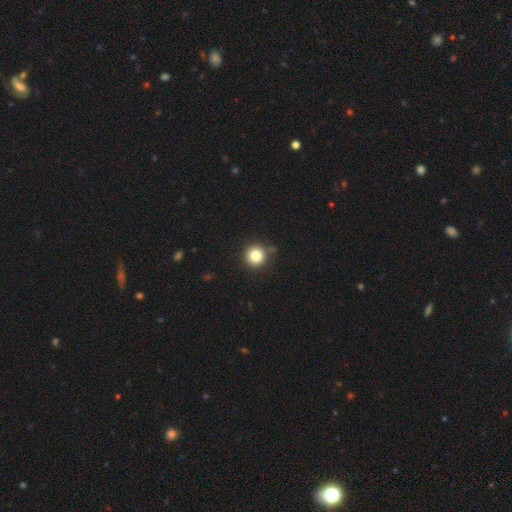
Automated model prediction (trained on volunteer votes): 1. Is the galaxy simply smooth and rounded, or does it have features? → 84% smooth, 11% star or artifact, 5% featured or disk.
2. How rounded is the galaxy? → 93% round, 6% in between, 1% cigar-shaped.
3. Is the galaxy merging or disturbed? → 86% none, 9% minor disturbance, 3% merger, 3% major disturbance.